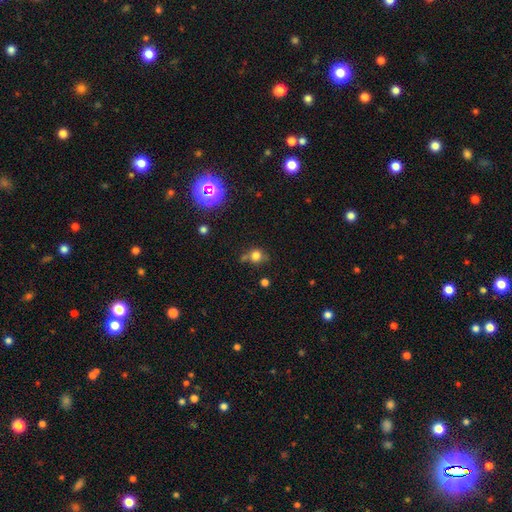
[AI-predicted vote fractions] The model was most divided on "merging": none: 54%, minor disturbance: 21%, merger: 15%, major disturbance: 9%. More confident: how rounded — round (79%); smooth or featured — smooth (73%).